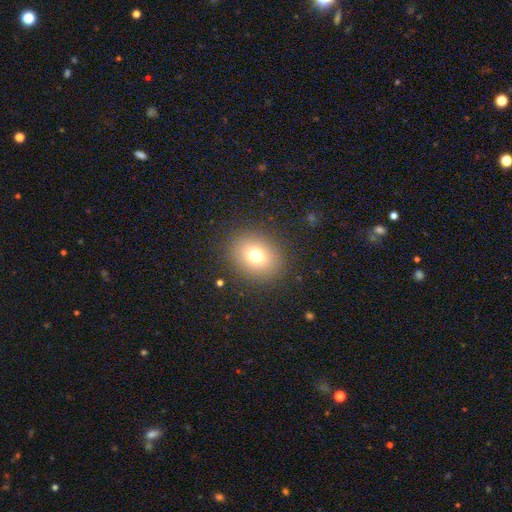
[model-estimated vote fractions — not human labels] Smooth or featured?
  - smooth: 73% *
  - star or artifact: 15%
  - featured or disk: 12%
How rounded?
  - round: 60% *
  - in between: 39%
  - cigar-shaped: 1%
Merging?
  - none: 87% *
  - minor disturbance: 8%
  - major disturbance: 4%
  - merger: 1%